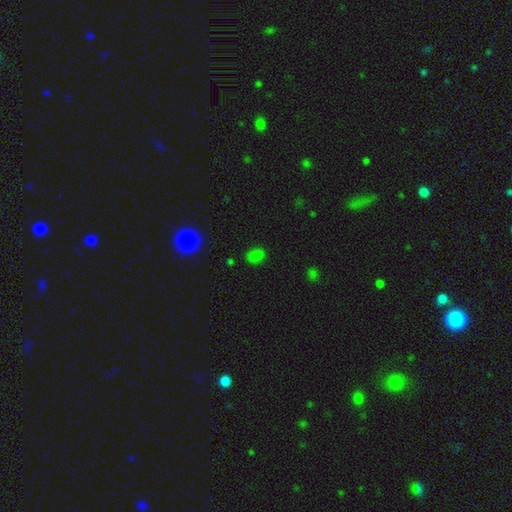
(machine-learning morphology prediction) A smooth galaxy with no disk features (77%) that is in between round and cigar-shaped (54%). Merging: none (83%).